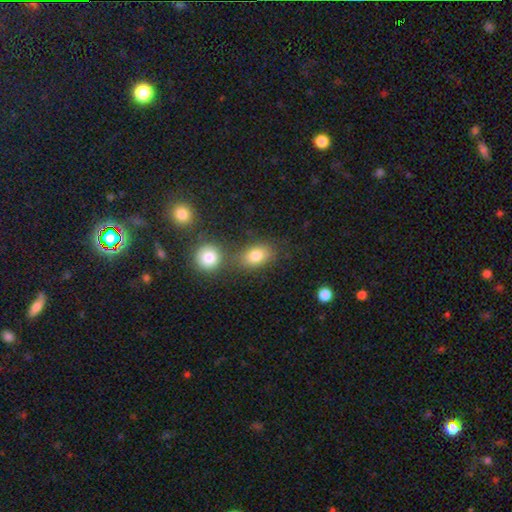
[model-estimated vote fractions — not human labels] Overall: smooth (81%). How rounded: in between (74%). Merging: none (61%; merger 22%).